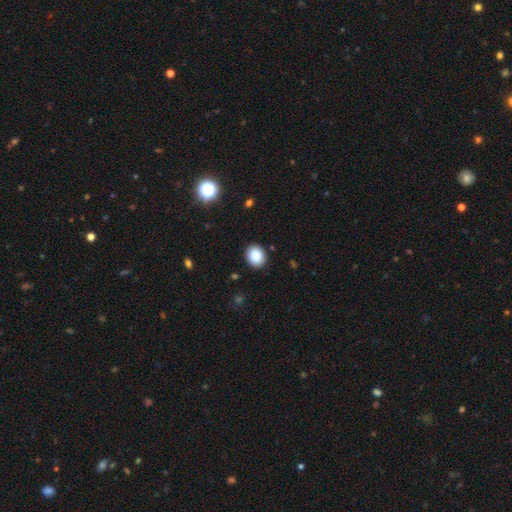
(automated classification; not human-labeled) This is clearly a smooth galaxy (87%). How rounded: likely round (63%). Merging: clearly none (89%).